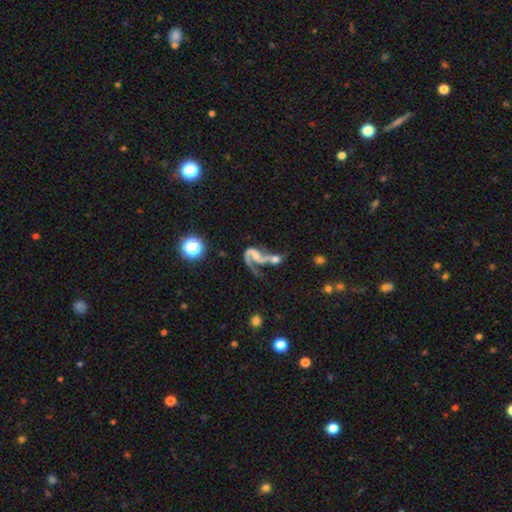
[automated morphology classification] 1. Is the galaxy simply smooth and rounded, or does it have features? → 81% featured or disk, 10% smooth, 9% star or artifact.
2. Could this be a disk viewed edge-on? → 97% no, 3% yes.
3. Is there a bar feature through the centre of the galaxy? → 42% no, 37% weak, 21% strong.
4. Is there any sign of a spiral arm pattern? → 90% yes, 10% no.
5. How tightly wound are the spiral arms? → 63% loose, 30% medium, 7% tight.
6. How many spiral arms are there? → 68% 2, 26% 1, 3% can't tell, 1% 3, 1% 4, 1% more than 4.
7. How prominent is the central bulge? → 39% small, 28% none, 27% moderate, 4% large, 2% dominant.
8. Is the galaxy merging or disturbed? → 58% merger, 19% major disturbance, 15% none, 8% minor disturbance.